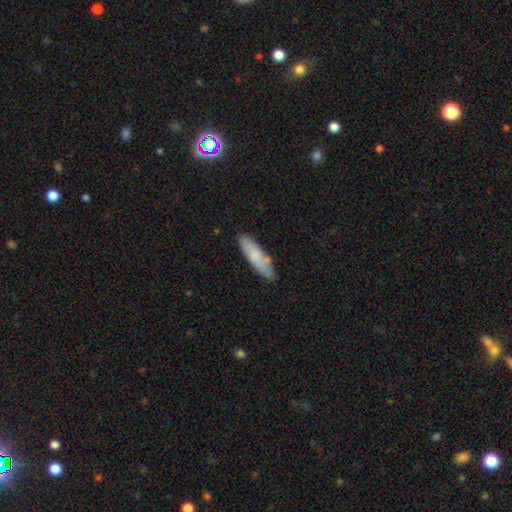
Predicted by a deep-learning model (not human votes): This is likely a smooth galaxy (77%). How rounded: likely cigar-shaped (63%). Merging: clearly none (81%).